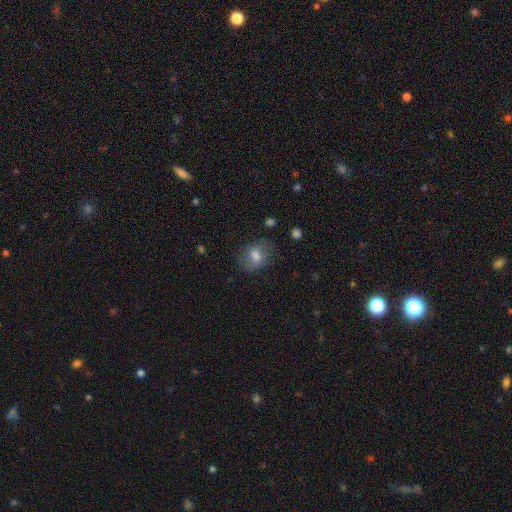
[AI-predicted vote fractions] smooth 74%, featured or disk 17%, star or artifact 9%. Down the decision tree: how rounded — in between (61%); merging — none (72%).